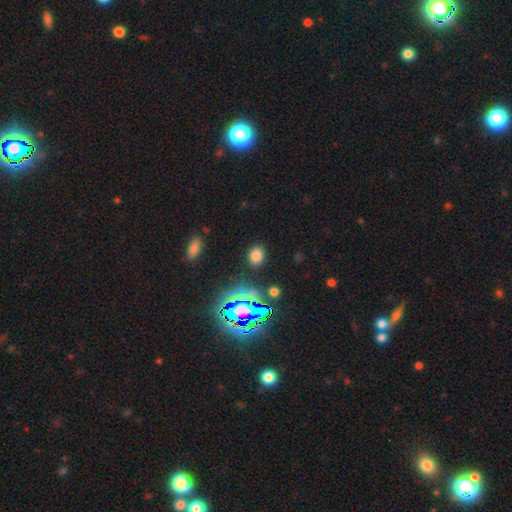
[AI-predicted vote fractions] Morphology: type=smooth (71%); roundness=in between (64%); merging=none (86%).